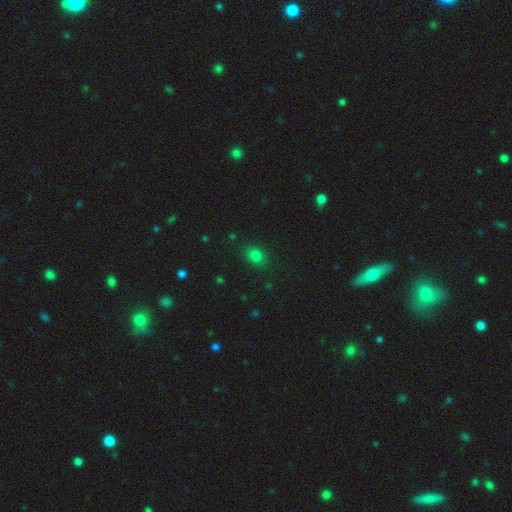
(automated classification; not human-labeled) Overall: smooth (78%). How rounded: in between (56%; round 42%). Merging: none (83%).